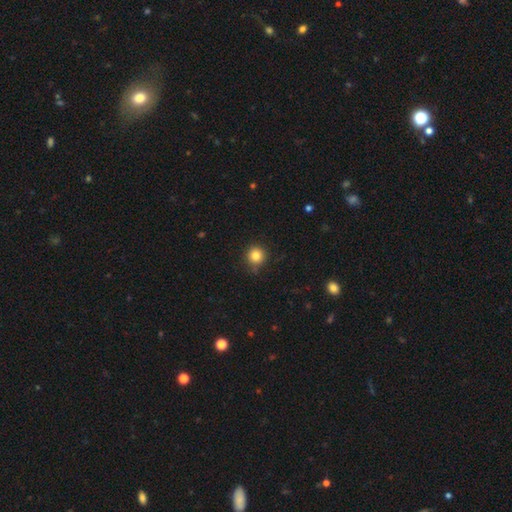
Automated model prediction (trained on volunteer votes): Overall: smooth (83%). How rounded: round (95%). Merging: none (84%).